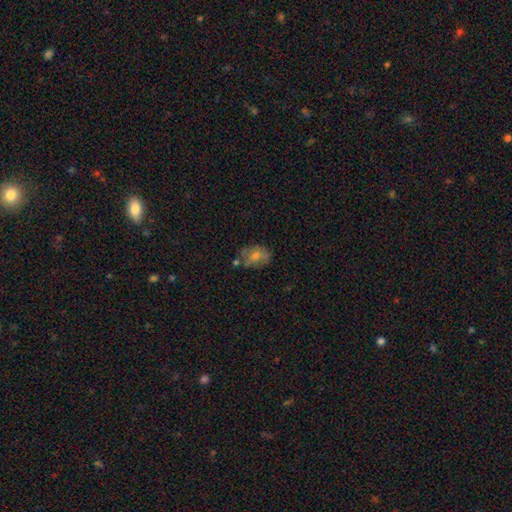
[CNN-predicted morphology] Smooth or featured?
  - smooth: 57% *
  - featured or disk: 30%
  - star or artifact: 12%
How rounded?
  - in between: 73% *
  - round: 25%
  - cigar-shaped: 2%
Merging?
  - none: 59% *
  - minor disturbance: 24%
  - merger: 9%
  - major disturbance: 8%